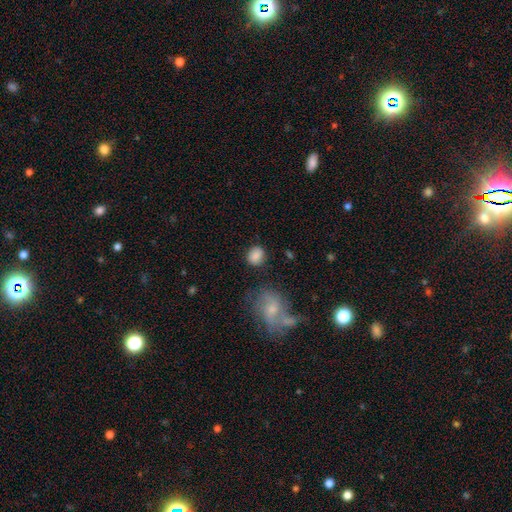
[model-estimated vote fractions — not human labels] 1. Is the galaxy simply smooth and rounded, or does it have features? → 85% smooth, 8% star or artifact, 7% featured or disk.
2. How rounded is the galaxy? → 59% round, 40% in between, 1% cigar-shaped.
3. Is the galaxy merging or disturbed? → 77% none, 14% minor disturbance, 5% major disturbance, 4% merger.